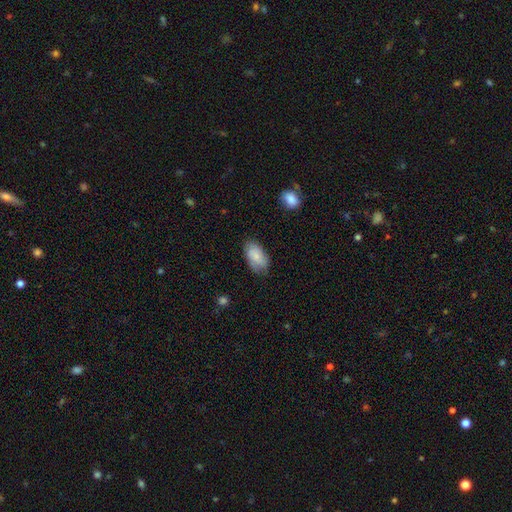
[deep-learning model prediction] Smooth or featured?
  - smooth: 75% *
  - featured or disk: 19%
  - star or artifact: 7%
How rounded?
  - in between: 93% *
  - round: 5%
  - cigar-shaped: 2%
Merging?
  - none: 71% *
  - minor disturbance: 23%
  - major disturbance: 5%
  - merger: 1%